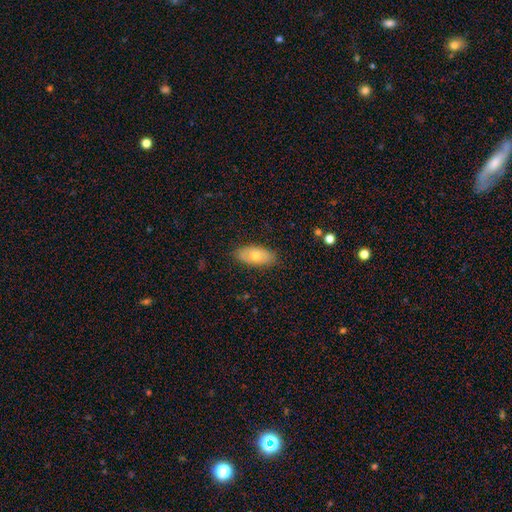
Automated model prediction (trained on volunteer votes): Overall: smooth (65%; featured or disk 28%). How rounded: in between (90%). Merging: none (84%).